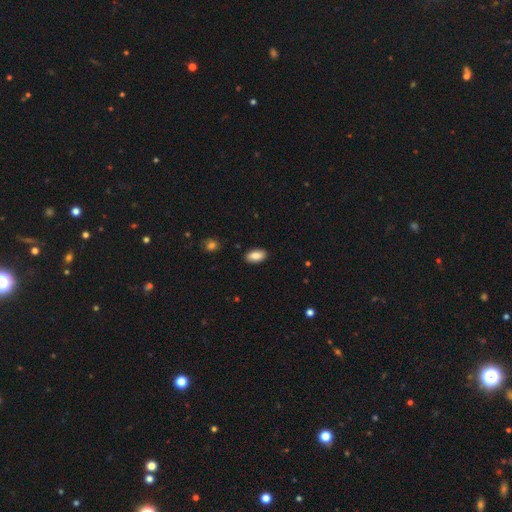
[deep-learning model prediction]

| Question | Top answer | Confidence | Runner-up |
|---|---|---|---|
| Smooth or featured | smooth | 83% | featured or disk (10%) |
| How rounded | in between | 93% | round (3%) |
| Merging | none | 89% | minor disturbance (8%) |